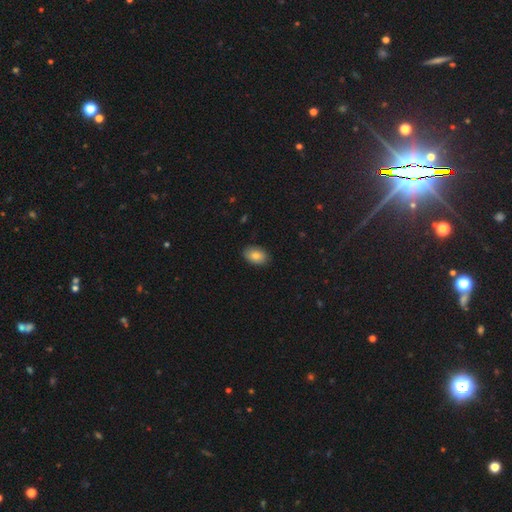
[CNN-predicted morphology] Q: Smooth or featured?
A: smooth (83%); runner-up: featured or disk (10%)
Q: How rounded?
A: in between (87%); runner-up: round (12%)
Q: Merging?
A: none (87%); runner-up: minor disturbance (10%)